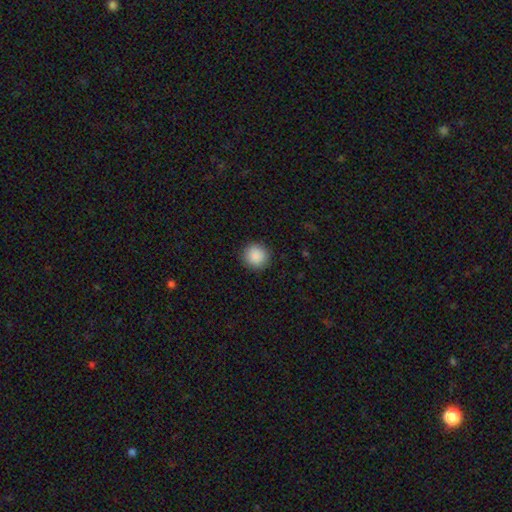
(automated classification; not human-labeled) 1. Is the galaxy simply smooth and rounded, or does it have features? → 89% smooth, 8% star or artifact, 3% featured or disk.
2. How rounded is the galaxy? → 93% round, 6% in between, 1% cigar-shaped.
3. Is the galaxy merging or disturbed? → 91% none, 6% minor disturbance, 2% major disturbance, 1% merger.